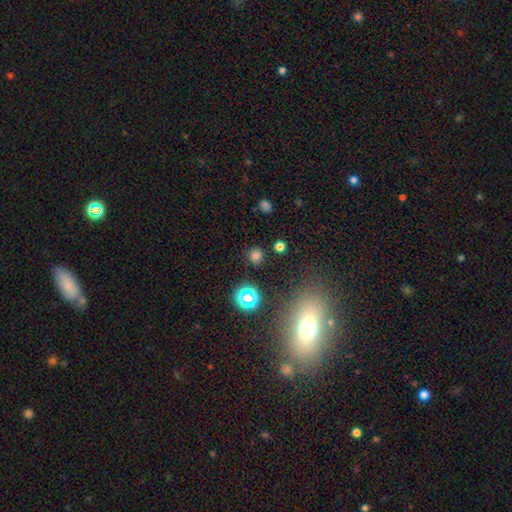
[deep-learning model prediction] This is likely a smooth galaxy (72%). How rounded: clearly round (90%). Merging: clearly none (87%).